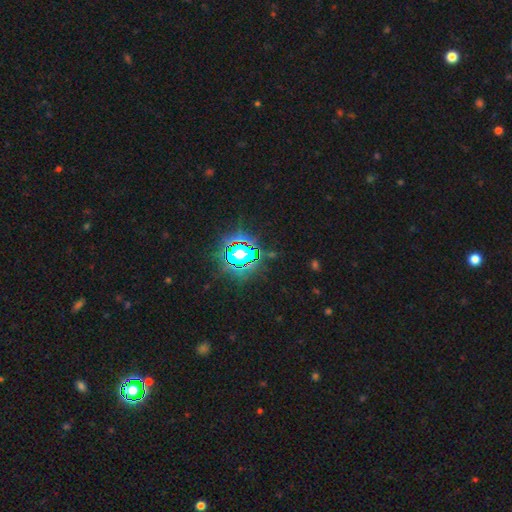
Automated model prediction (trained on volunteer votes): A star or artifact, not a galaxy (84%).

Vote fractions:
- Smooth or featured? star or artifact: 84% / smooth: 10% / featured or disk: 6%